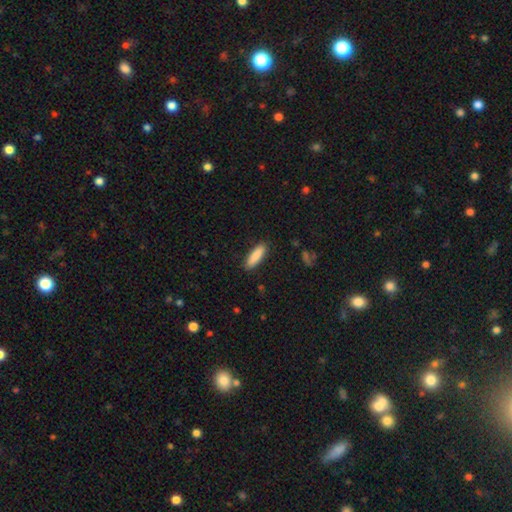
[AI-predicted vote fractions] Smooth or featured? smooth (87%)
How rounded? cigar-shaped (62%)
Merging? none (89%)